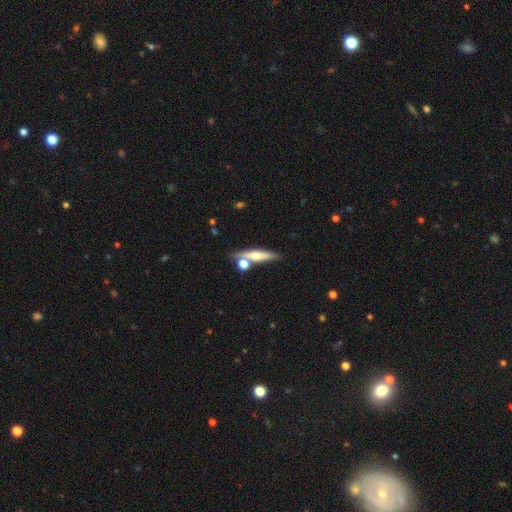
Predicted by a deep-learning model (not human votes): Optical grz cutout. It shows a smooth galaxy with no disk features (47%). Merging: none (66%).